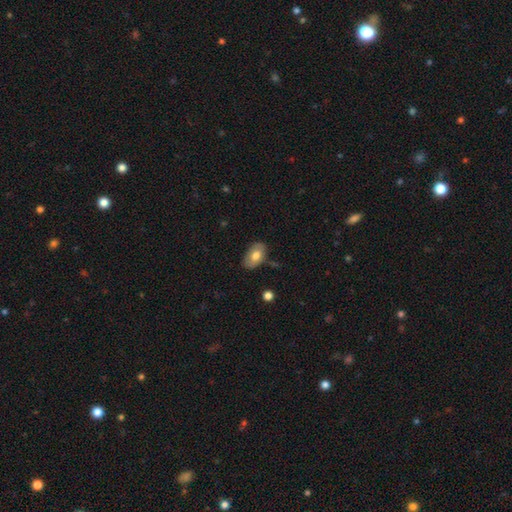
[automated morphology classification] This is likely a smooth galaxy (69%). How rounded: clearly in between (92%). Merging: likely none (77%).